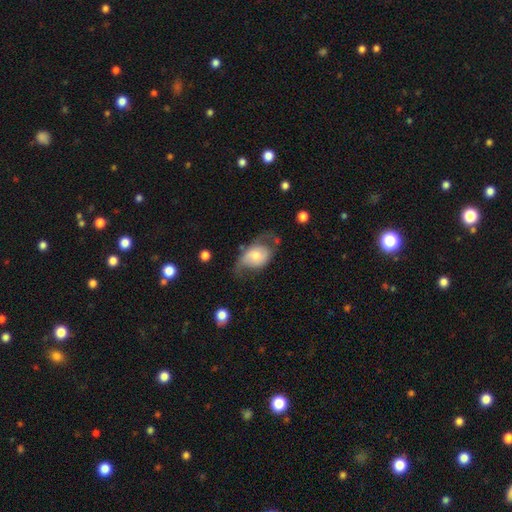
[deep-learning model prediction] featured or disk 49%, smooth 45%, star or artifact 7%. Down the decision tree: merging — none (41%).